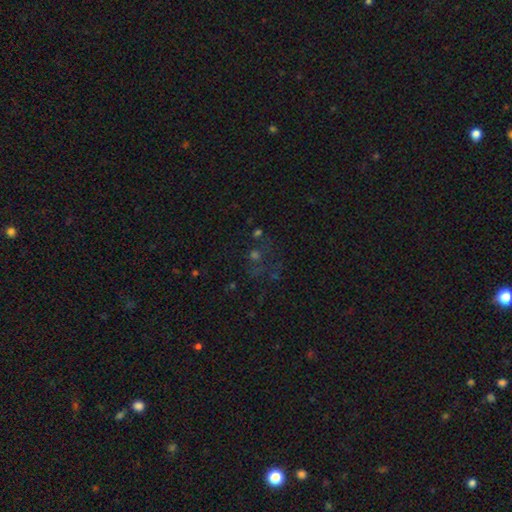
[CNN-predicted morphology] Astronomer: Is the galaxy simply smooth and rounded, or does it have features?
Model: star or artifact — 53% (runner-up: smooth, 30%).